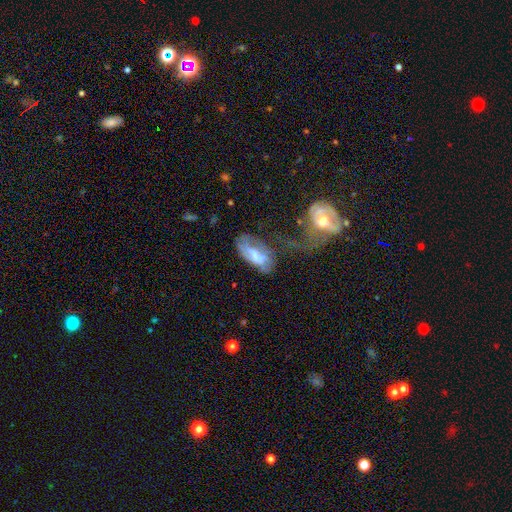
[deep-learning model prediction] Smooth or featured? smooth (46%)
Merging? major disturbance (36%)